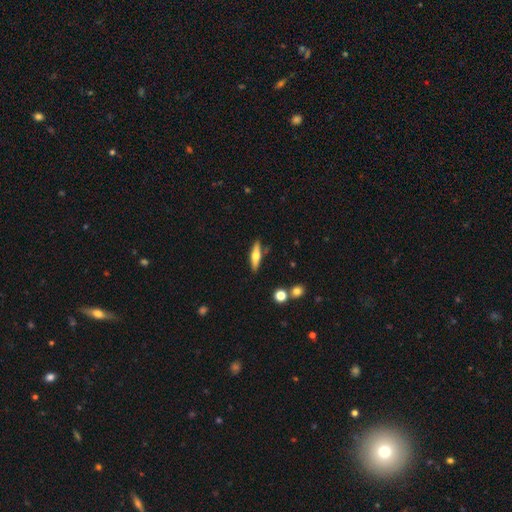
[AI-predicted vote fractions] Smooth or featured: smooth — 49% (featured or disk — 44%)
Merging: none — 84% (minor disturbance — 10%)